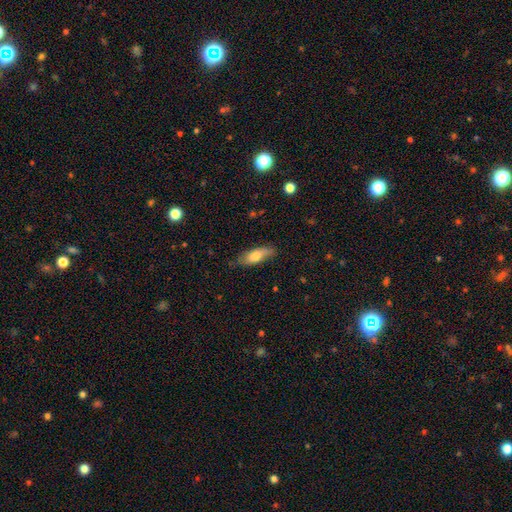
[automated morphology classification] The model was most divided on "how rounded": in between: 60%, cigar-shaped: 37%, round: 2%. More confident: merging — none (76%); smooth or featured — smooth (70%).